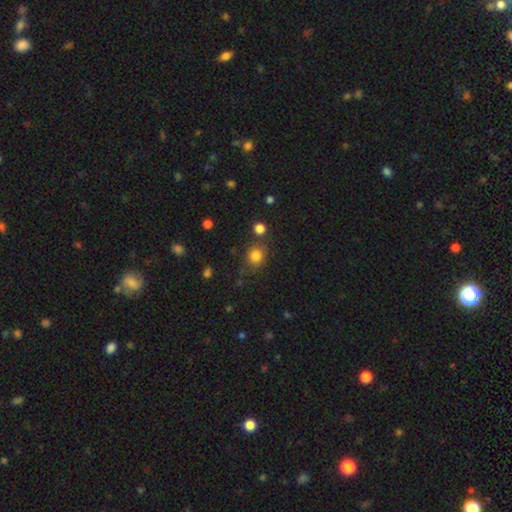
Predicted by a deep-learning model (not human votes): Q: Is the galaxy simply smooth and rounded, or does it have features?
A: smooth — 82%.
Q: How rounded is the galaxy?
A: round — 81%.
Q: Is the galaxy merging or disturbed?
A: none — 75%.